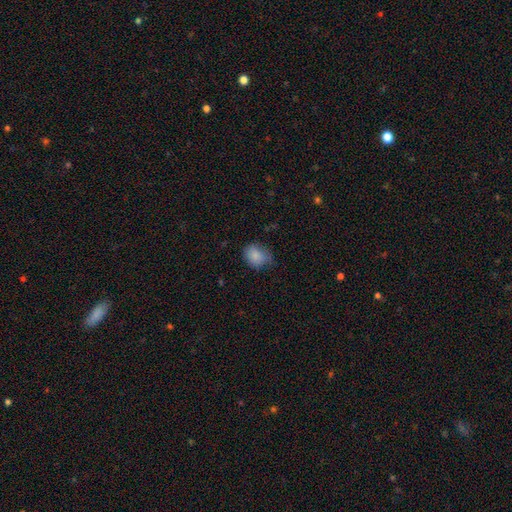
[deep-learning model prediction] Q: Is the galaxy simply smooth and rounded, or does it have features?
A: smooth — 85%.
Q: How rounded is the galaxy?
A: in between — 51%.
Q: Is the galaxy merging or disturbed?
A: none — 58%.